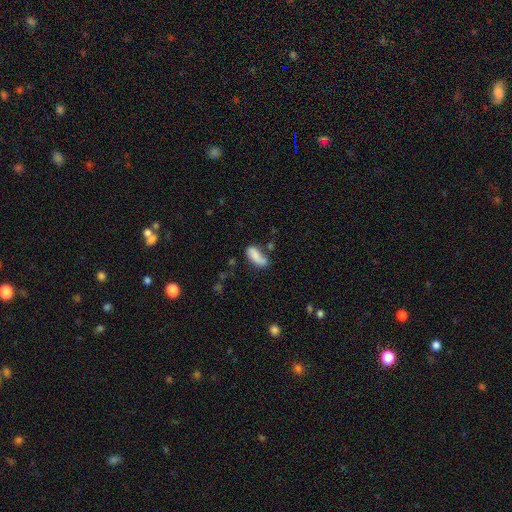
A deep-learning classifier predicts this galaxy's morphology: Overall: smooth (75%). How rounded: in between (82%). Merging: none (43%; minor disturbance 27%).